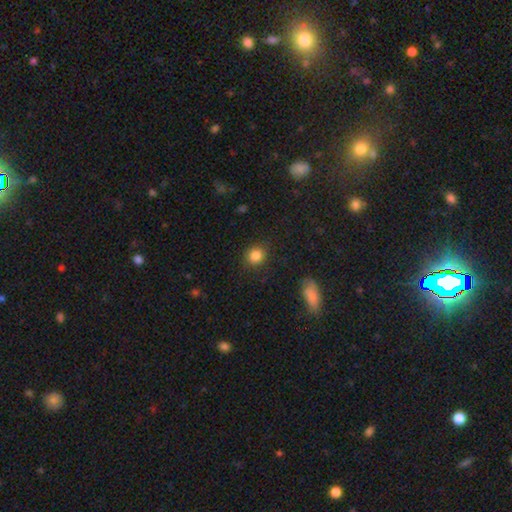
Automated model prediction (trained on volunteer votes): Smooth or featured?
  - smooth: 85% *
  - star or artifact: 10%
  - featured or disk: 5%
How rounded?
  - round: 78% *
  - in between: 21%
  - cigar-shaped: 1%
Merging?
  - none: 86% *
  - minor disturbance: 10%
  - major disturbance: 3%
  - merger: 1%